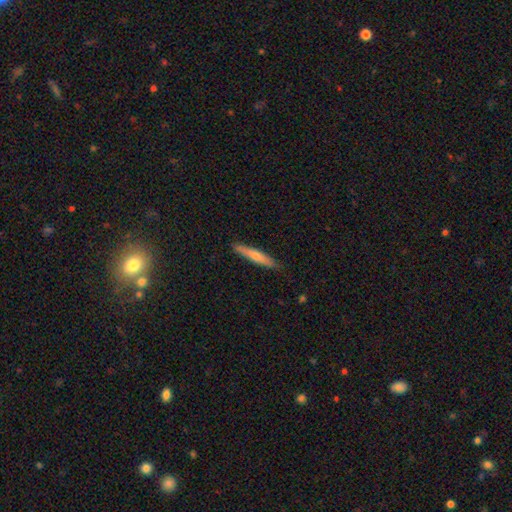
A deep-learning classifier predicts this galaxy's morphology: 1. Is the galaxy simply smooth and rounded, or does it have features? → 62% smooth, 33% featured or disk, 5% star or artifact.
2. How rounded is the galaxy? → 92% cigar-shaped, 6% in between, 1% round.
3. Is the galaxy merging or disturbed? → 87% none, 10% minor disturbance, 2% major disturbance, 1% merger.